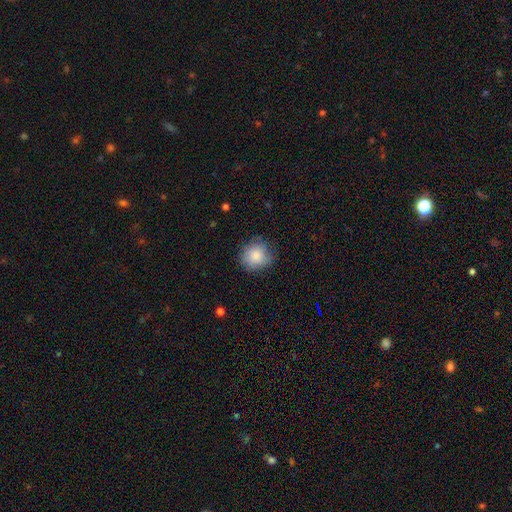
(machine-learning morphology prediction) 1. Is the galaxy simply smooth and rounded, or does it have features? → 83% smooth, 9% featured or disk, 8% star or artifact.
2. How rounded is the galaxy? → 83% round, 16% in between, 1% cigar-shaped.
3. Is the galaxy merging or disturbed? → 75% none, 20% minor disturbance, 4% major disturbance, 1% merger.